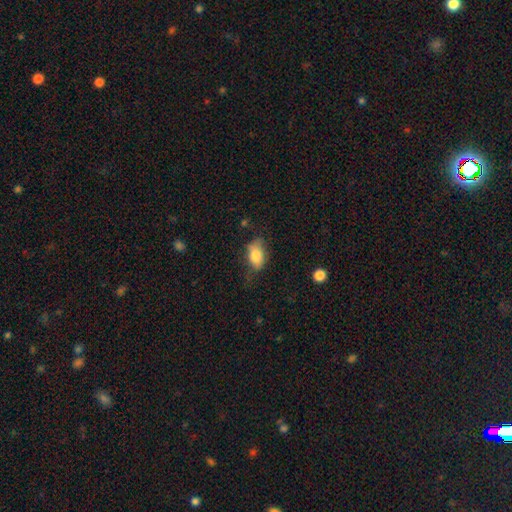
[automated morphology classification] type=smooth (79%); roundness=in between (89%); merging=none (57%).